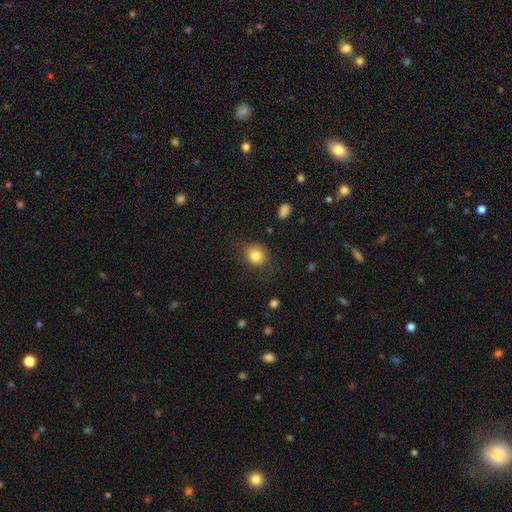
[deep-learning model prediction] Smooth or featured: smooth — 83% (star or artifact — 10%)
How rounded: round — 77% (in between — 22%)
Merging: none — 79% (minor disturbance — 15%)